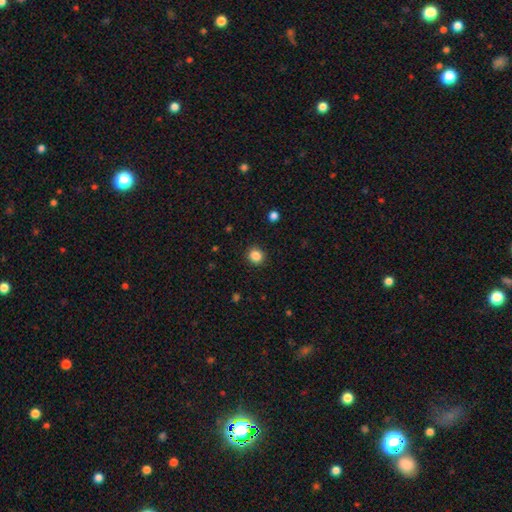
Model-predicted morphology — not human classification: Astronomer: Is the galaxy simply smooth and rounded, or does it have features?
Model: smooth — 86%.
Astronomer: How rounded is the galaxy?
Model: round — 87%.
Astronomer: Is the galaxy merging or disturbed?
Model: none — 91%.